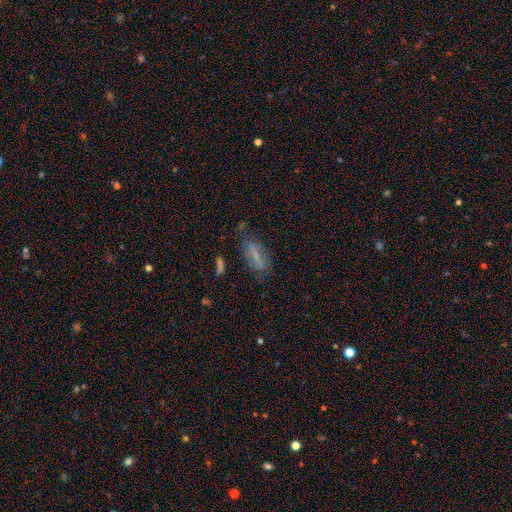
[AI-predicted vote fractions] Q: Smooth or featured?
A: smooth (56%); runner-up: featured or disk (31%)
Q: How rounded?
A: in between (58%); runner-up: cigar-shaped (38%)
Q: Merging?
A: none (67%); runner-up: minor disturbance (21%)